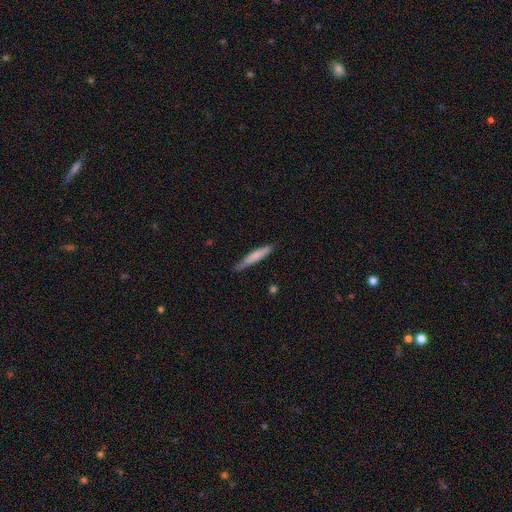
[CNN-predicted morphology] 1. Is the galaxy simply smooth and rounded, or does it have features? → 73% smooth, 22% featured or disk, 5% star or artifact.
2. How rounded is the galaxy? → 92% cigar-shaped, 7% in between, 1% round.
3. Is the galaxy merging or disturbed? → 81% none, 15% minor disturbance, 2% major disturbance, 1% merger.